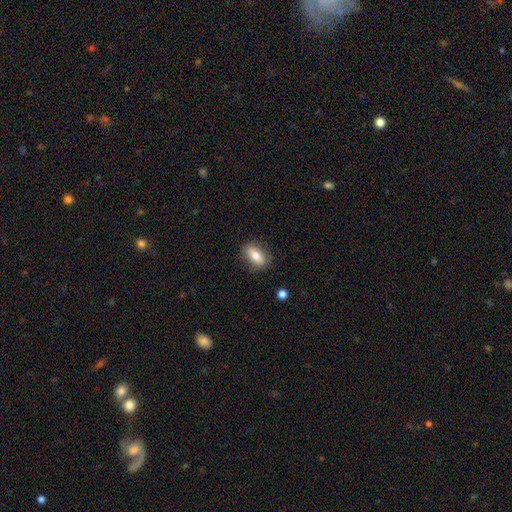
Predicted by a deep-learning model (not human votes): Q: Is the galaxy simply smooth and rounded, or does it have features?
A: smooth — 75%.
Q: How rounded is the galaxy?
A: in between — 83%.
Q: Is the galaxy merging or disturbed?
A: none — 83%.